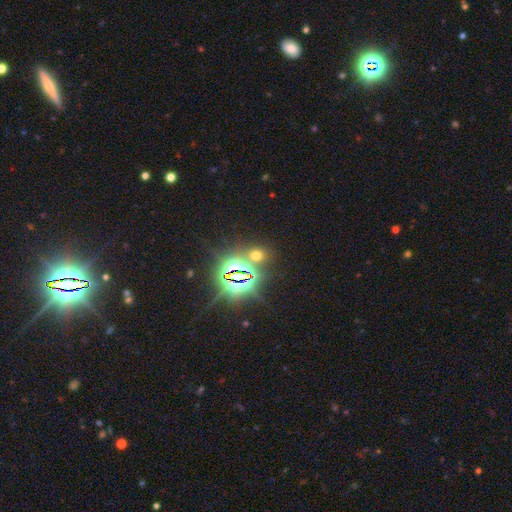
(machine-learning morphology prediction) Smooth or featured?
  - star or artifact: 56% *
  - smooth: 36%
  - featured or disk: 7%